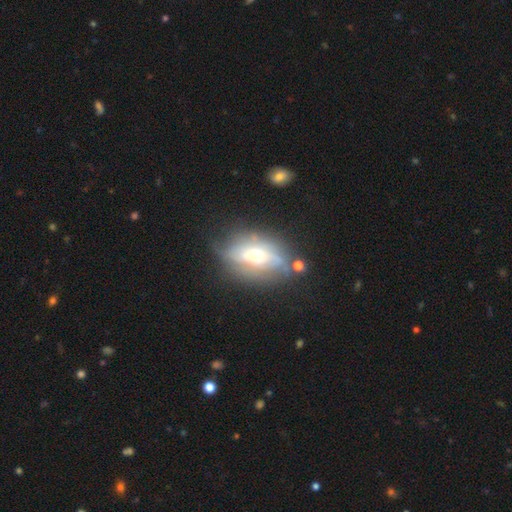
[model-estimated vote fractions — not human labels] smooth_or_featured: featured or disk (p=0.62) [alt: smooth p=0.27]
disk_edge_on: yes (p=0.53) [alt: no p=0.47]
merging: none (p=0.70) [alt: minor disturbance p=0.18]